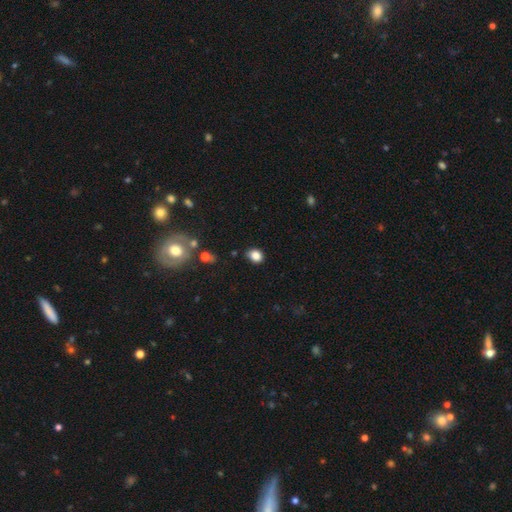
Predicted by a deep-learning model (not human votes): Overall: smooth (83%). How rounded: in between (53%; round 46%). Merging: none (80%).